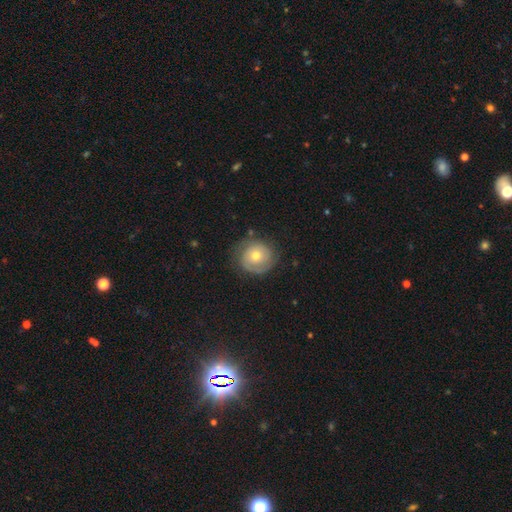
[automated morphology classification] Smooth or featured? featured or disk (50%)
Merging? none (72%)